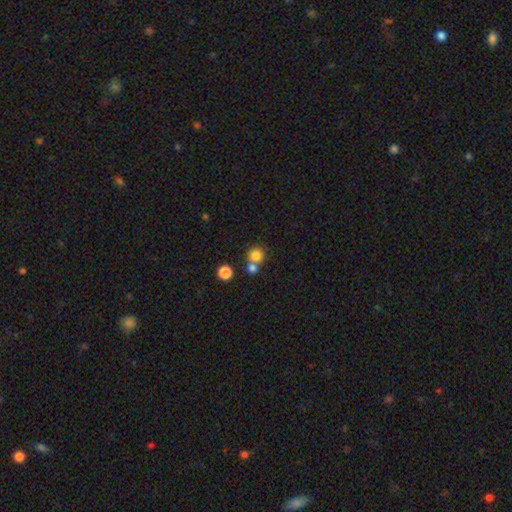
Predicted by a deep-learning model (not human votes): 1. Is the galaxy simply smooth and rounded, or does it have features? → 80% smooth, 12% star or artifact, 7% featured or disk.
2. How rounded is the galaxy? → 89% round, 10% in between, 1% cigar-shaped.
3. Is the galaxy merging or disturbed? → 55% none, 36% merger, 7% minor disturbance, 3% major disturbance.